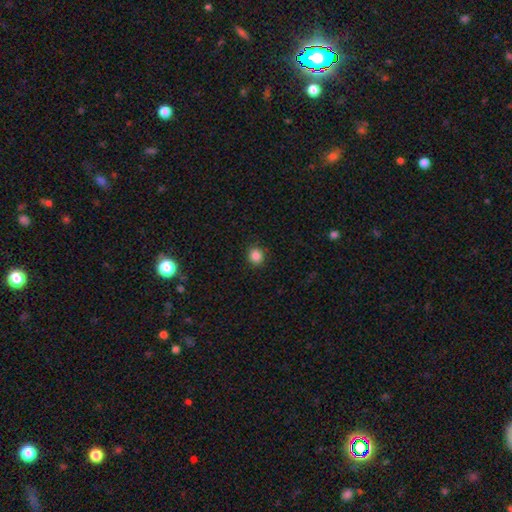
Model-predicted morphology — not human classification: Smooth or featured?
  - smooth: 86% *
  - star or artifact: 11%
  - featured or disk: 3%
How rounded?
  - round: 83% *
  - in between: 16%
  - cigar-shaped: 1%
Merging?
  - none: 90% *
  - minor disturbance: 7%
  - major disturbance: 2%
  - merger: 1%